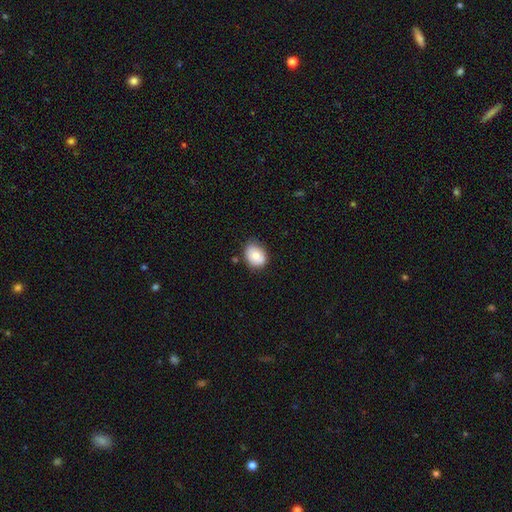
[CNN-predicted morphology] Smooth or featured: smooth — 73% (featured or disk — 18%)
How rounded: in between — 53% (round — 47%)
Merging: none — 72% (minor disturbance — 21%)